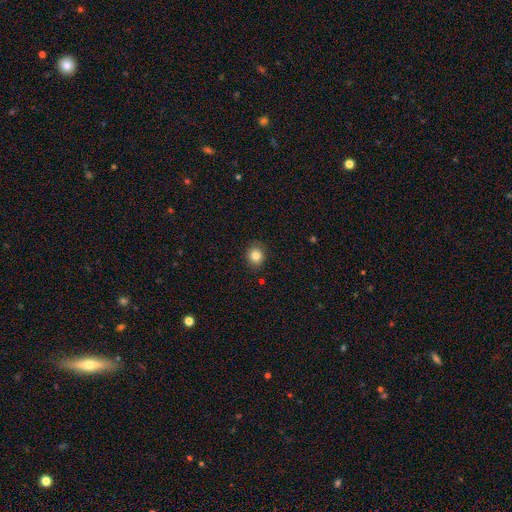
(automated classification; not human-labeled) smooth-or-featured: smooth: 83% | star or artifact: 10% | featured or disk: 6%
  how-rounded: round: 74% | in between: 25% | cigar-shaped: 1%
  merging: none: 86% | minor disturbance: 10% | major disturbance: 2% | merger: 1%